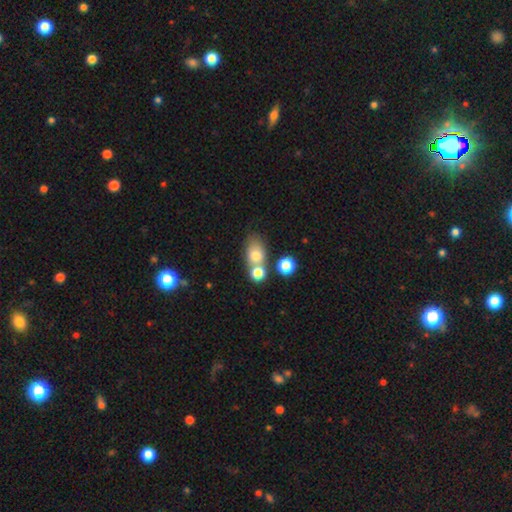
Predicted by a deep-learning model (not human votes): A smooth galaxy with no disk features (73%) that is in between round and cigar-shaped (67%). Merging: none (42%).